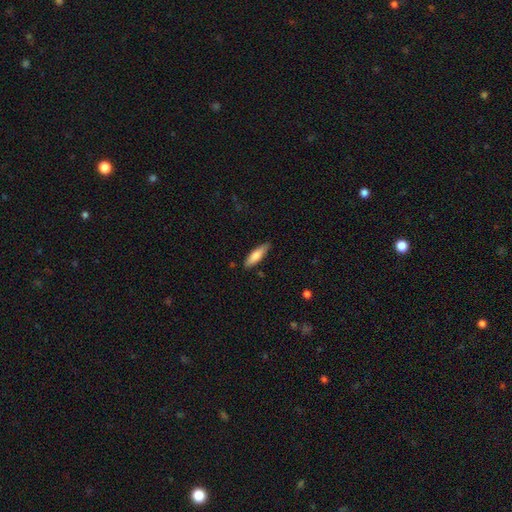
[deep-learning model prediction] Overall: smooth (76%). How rounded: cigar-shaped (60%; in between 38%). Merging: none (84%).